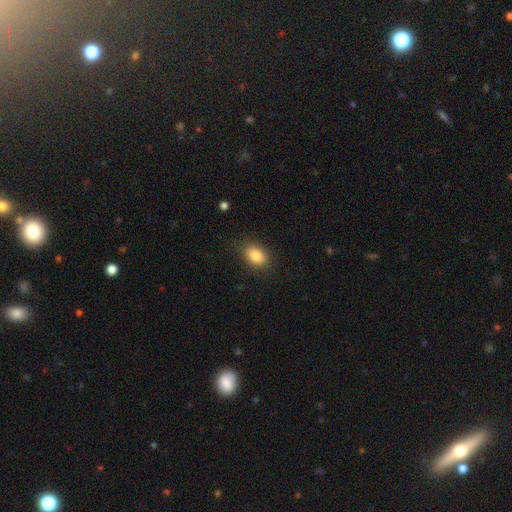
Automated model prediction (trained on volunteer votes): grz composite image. It shows a smooth galaxy with no disk features (85%) that is in between round and cigar-shaped (78%). Merging: none (85%).